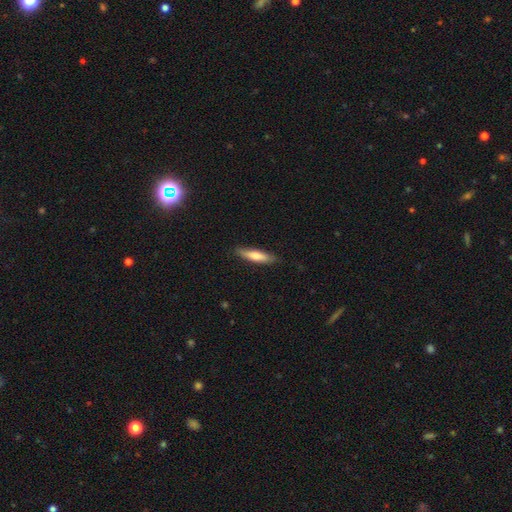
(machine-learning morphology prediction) The model was most divided on "smooth or featured": smooth: 70%, featured or disk: 24%, star or artifact: 5%. More confident: merging — none (87%); how rounded — cigar-shaped (84%).